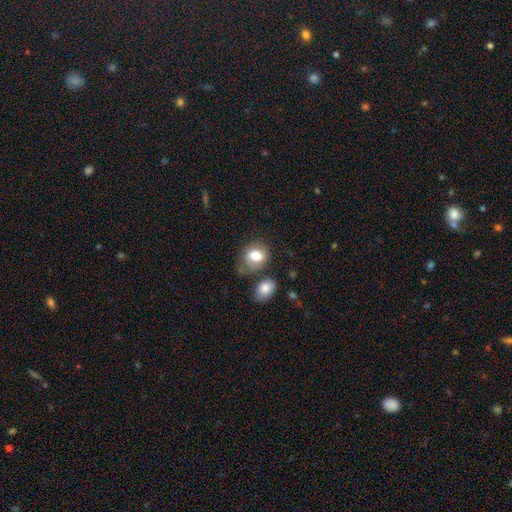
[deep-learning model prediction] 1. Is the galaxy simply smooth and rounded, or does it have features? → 77% smooth, 15% featured or disk, 8% star or artifact.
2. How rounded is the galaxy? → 53% in between, 46% round, 1% cigar-shaped.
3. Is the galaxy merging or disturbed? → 54% none, 22% minor disturbance, 14% merger, 9% major disturbance.